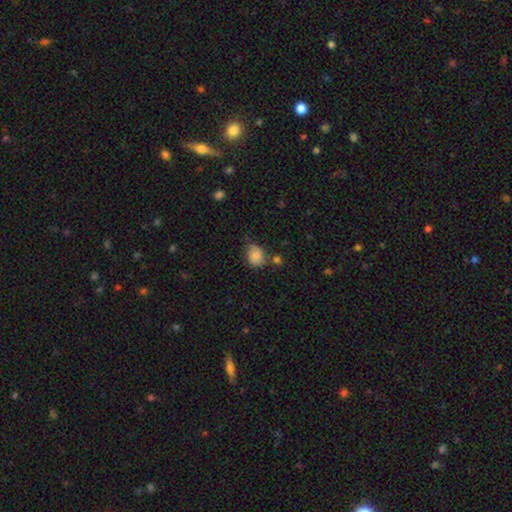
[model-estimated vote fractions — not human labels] A smooth galaxy with no disk features (80%) that is in between round and cigar-shaped (53%).

Vote fractions:
- Smooth or featured? smooth: 80% / featured or disk: 11% / star or artifact: 9%
- How rounded? in between: 53% / round: 46% / cigar-shaped: 1%
- Merging? none: 53% / minor disturbance: 30% / merger: 9% / major disturbance: 8%